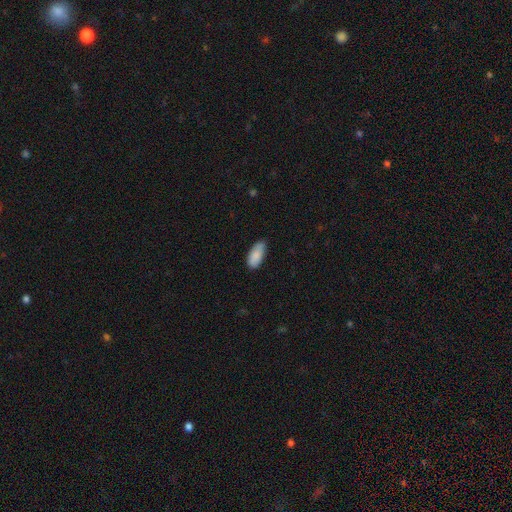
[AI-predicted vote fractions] Overall: smooth (87%). How rounded: in between (90%). Merging: none (73%).